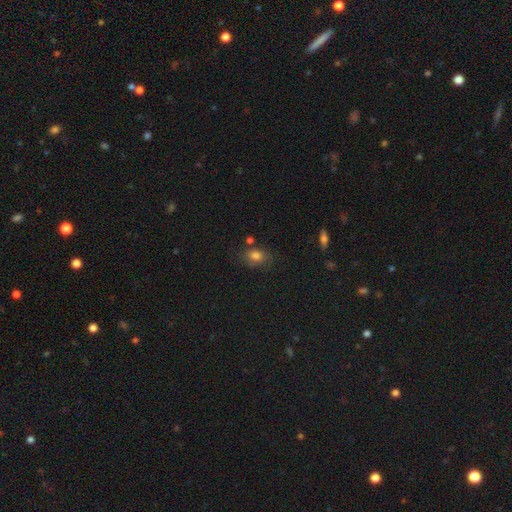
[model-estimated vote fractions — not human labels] Smooth or featured? Predicted: smooth (p=0.76). How rounded? Predicted: in between (p=0.67). Merging? Predicted: none (p=0.63).